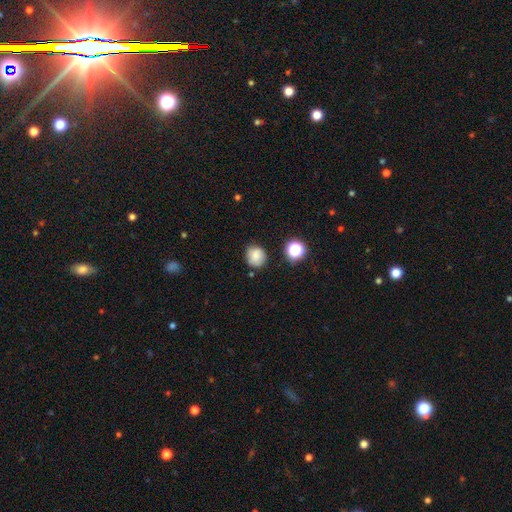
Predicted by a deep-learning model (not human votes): Q: Smooth or featured?
A: smooth (80%); runner-up: star or artifact (11%)
Q: How rounded?
A: round (83%); runner-up: in between (16%)
Q: Merging?
A: none (77%); runner-up: minor disturbance (16%)